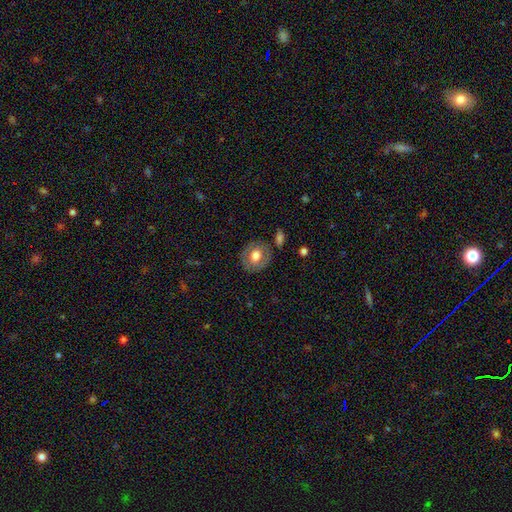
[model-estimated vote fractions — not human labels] Morphology: type=smooth (56%); roundness=round (73%); merging=none (79%).